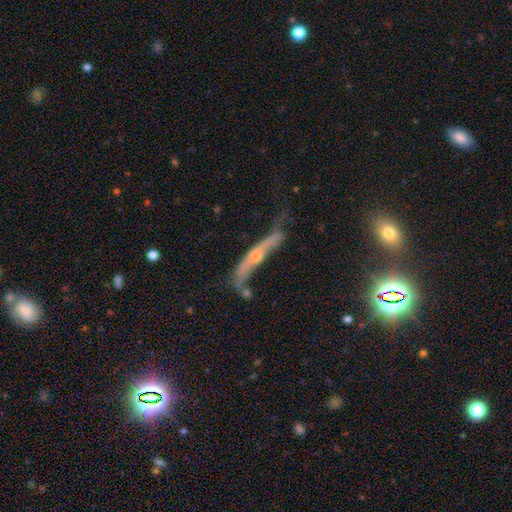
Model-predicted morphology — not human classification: The model was most divided on "merging": none: 37%, minor disturbance: 27%, major disturbance: 24%, merger: 11%. More confident: edge-on disk — yes (77%); smooth or featured — featured or disk (62%).